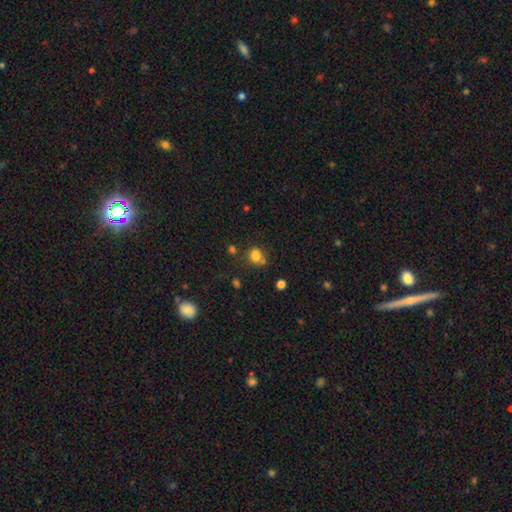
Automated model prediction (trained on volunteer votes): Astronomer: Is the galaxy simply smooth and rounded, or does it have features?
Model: smooth — 76%.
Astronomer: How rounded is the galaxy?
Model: round — 60% (runner-up: in between, 39%).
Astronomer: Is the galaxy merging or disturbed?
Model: none — 55%.